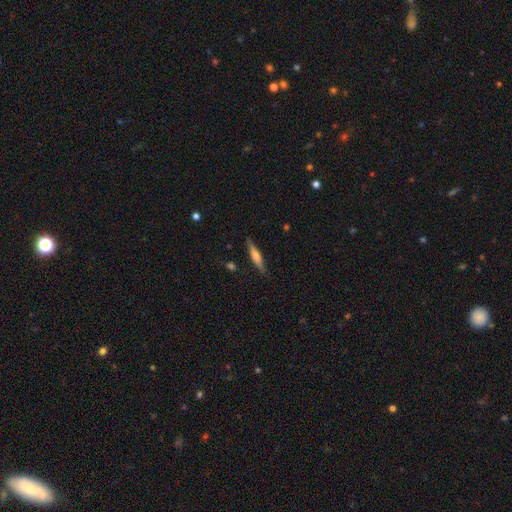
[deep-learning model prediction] Q: Smooth or featured?
A: smooth (51%); runner-up: featured or disk (43%)
Q: How rounded?
A: cigar-shaped (89%); runner-up: in between (10%)
Q: Merging?
A: none (87%); runner-up: minor disturbance (10%)